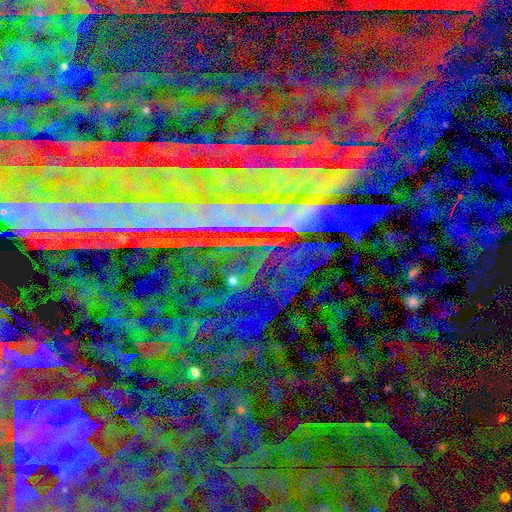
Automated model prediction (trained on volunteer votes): smooth_or_featured: star or artifact (p=0.89) [alt: featured or disk p=0.06]